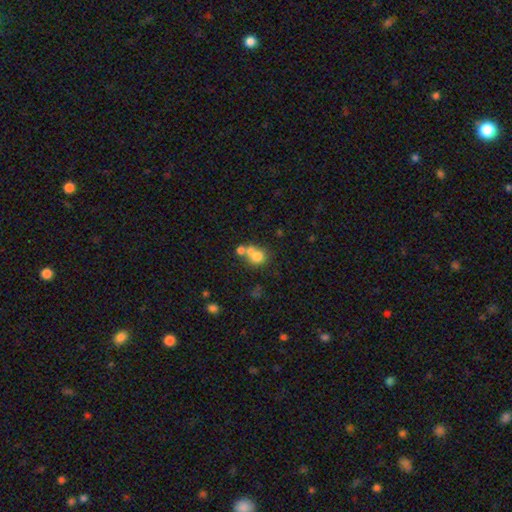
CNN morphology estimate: smooth_or_featured: smooth (p=0.69) [alt: featured or disk p=0.18]
how_rounded: round (p=0.70) [alt: in between p=0.29]
merging: merger (p=0.55) [alt: none p=0.31]